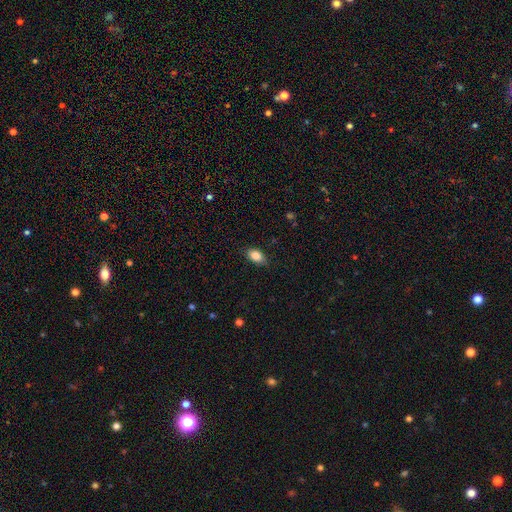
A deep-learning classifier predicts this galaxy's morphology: A smooth galaxy with no disk features (84%) that is in between round and cigar-shaped (88%).

Vote fractions:
- Smooth or featured? smooth: 84% / star or artifact: 8% / featured or disk: 8%
- How rounded? in between: 88% / round: 10% / cigar-shaped: 2%
- Merging? none: 84% / minor disturbance: 13% / major disturbance: 2% / merger: 1%